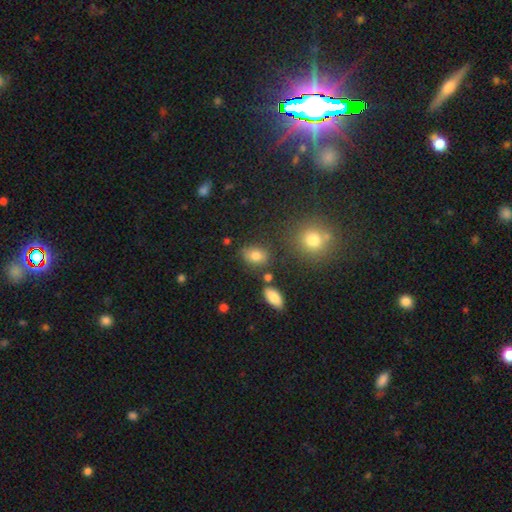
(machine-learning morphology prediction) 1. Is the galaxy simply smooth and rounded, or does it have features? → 78% smooth, 12% star or artifact, 9% featured or disk.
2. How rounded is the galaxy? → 75% in between, 23% round, 2% cigar-shaped.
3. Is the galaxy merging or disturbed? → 73% none, 15% minor disturbance, 6% merger, 5% major disturbance.